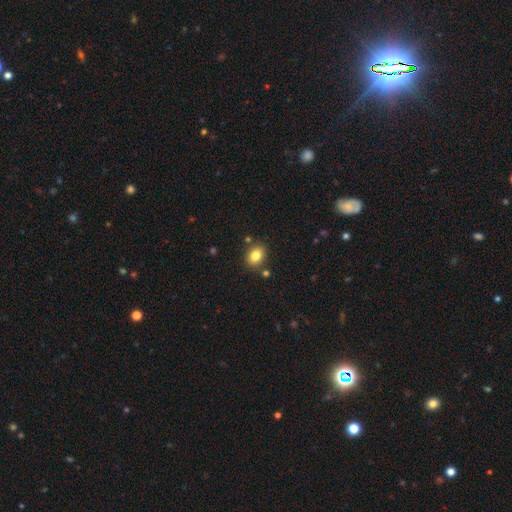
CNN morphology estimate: Smooth or featured? Predicted: smooth (p=0.82). How rounded? Predicted: in between (p=0.58). Merging? Predicted: none (p=0.82).